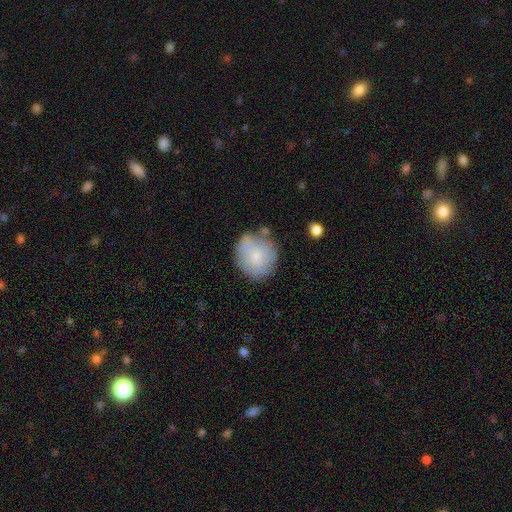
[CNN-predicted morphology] Smooth or featured? Predicted: smooth (p=0.70). How rounded? Predicted: round (p=0.84). Merging? Predicted: none (p=0.70).